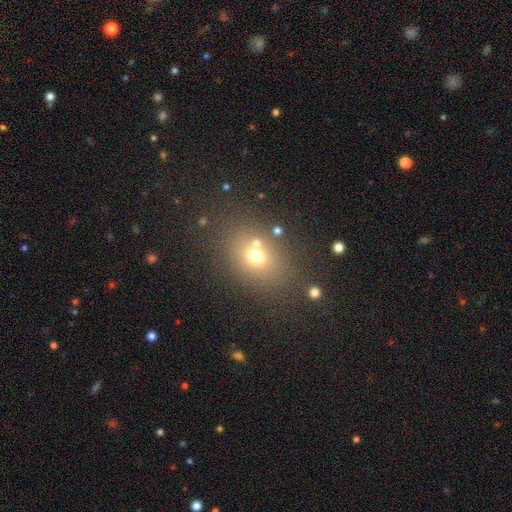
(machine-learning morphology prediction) The model was most divided on "how rounded": round: 51%, in between: 47%, cigar-shaped: 1%. More confident: merging — none (69%); smooth or featured — smooth (66%).